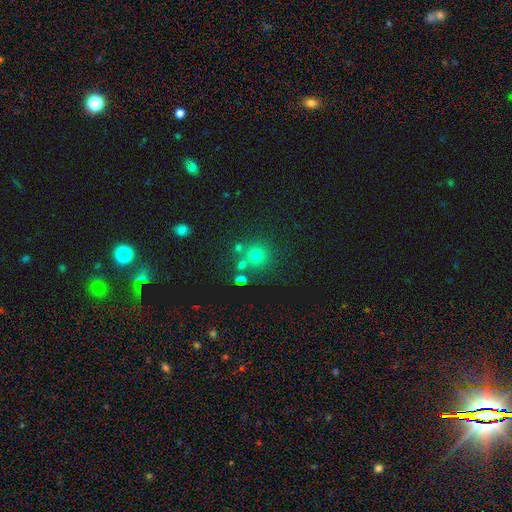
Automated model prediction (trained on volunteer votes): This appears to be a smooth galaxy with no disk features (70%) that is round (92%). Merging: none (73%).